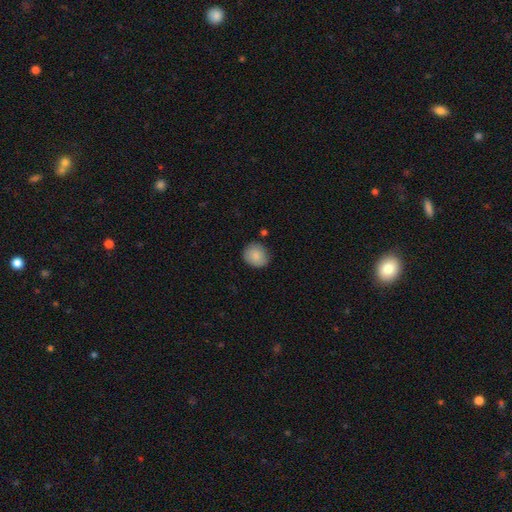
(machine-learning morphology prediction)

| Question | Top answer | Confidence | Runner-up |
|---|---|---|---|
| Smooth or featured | smooth | 87% | star or artifact (7%) |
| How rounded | round | 75% | in between (24%) |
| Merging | none | 81% | minor disturbance (14%) |